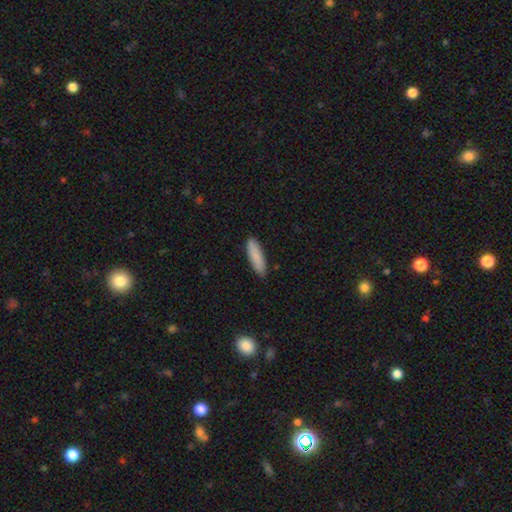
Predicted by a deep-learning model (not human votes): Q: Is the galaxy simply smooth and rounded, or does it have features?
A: smooth — 87%.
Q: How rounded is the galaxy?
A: cigar-shaped — 64%.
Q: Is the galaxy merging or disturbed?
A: none — 85%.